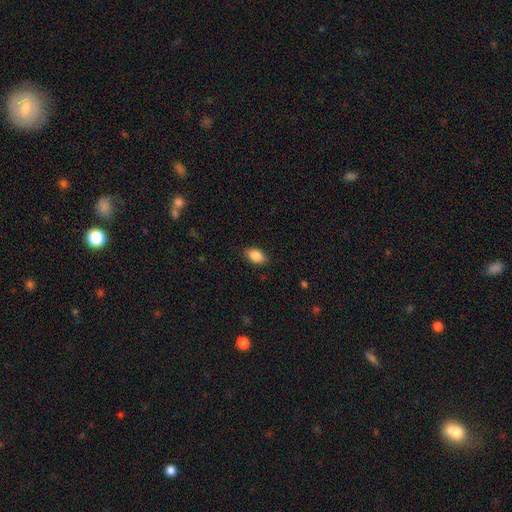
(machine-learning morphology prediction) Smooth or featured? smooth (87%)
How rounded? in between (90%)
Merging? none (86%)